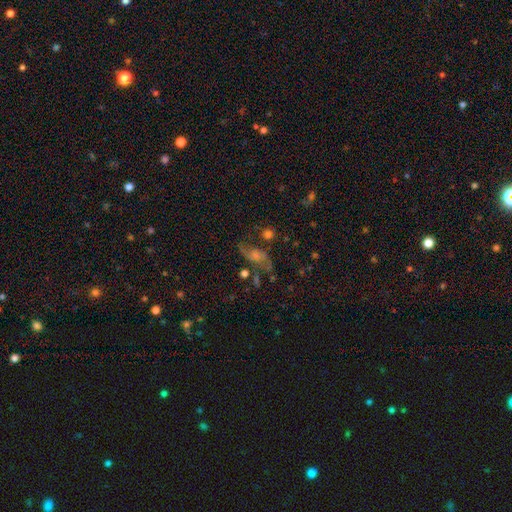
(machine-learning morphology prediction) A featured or disk galaxy (64%) with no bar (61%), 2 (85%) loose (71%) spiral arms (86%) and a small central bulge (36%). Merging: none (55%).